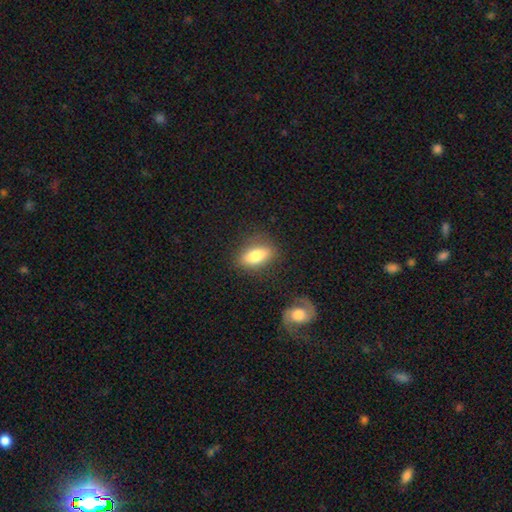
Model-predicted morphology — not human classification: Overall: smooth (77%). How rounded: in between (81%). Merging: none (81%).